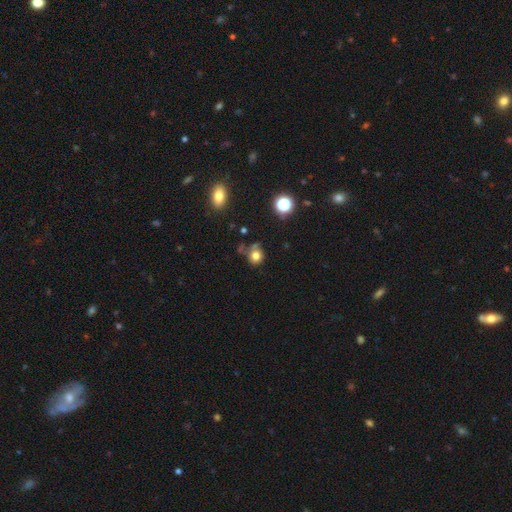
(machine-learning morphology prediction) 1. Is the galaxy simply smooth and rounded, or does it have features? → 77% smooth, 15% star or artifact, 8% featured or disk.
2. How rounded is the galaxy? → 83% round, 16% in between, 1% cigar-shaped.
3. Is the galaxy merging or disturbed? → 61% none, 20% minor disturbance, 12% merger, 8% major disturbance.